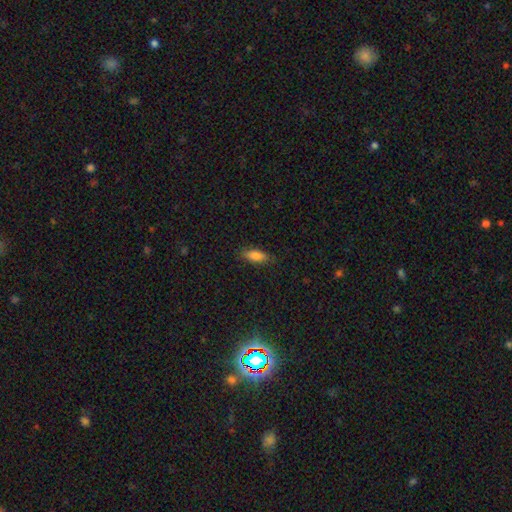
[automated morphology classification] Smooth or featured? Predicted: smooth (p=0.83). How rounded? Predicted: in between (p=0.72). Merging? Predicted: none (p=0.85).